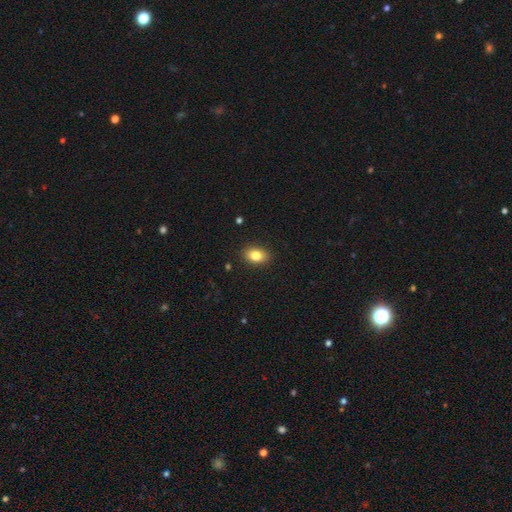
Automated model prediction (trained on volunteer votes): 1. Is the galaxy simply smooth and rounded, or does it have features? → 83% smooth, 9% star or artifact, 8% featured or disk.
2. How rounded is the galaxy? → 80% in between, 18% round, 1% cigar-shaped.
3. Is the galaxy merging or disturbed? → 89% none, 8% minor disturbance, 2% major disturbance, 1% merger.